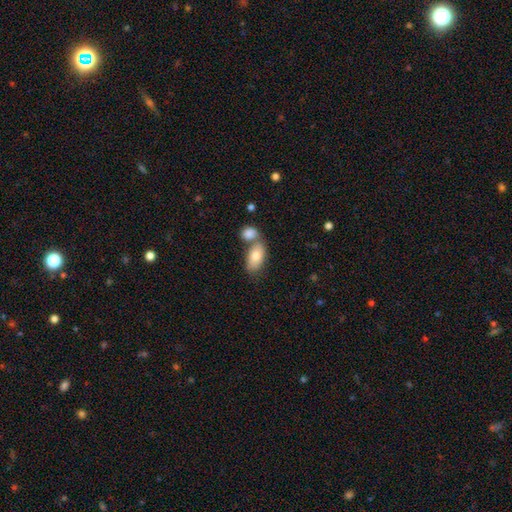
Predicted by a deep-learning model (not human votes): Morphology: type=smooth (80%); roundness=in between (92%); merging=none (43%).